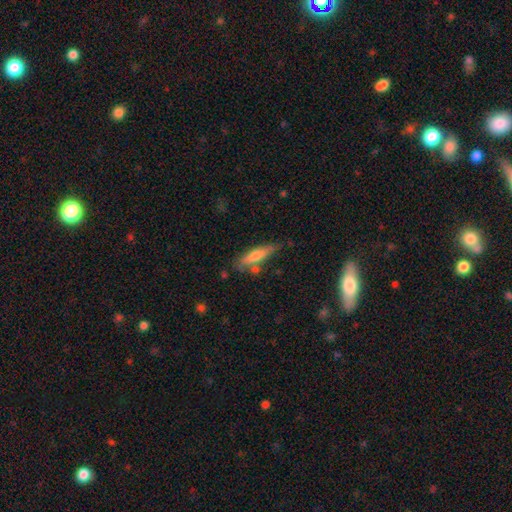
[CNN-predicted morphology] The model was most divided on "smooth or featured": smooth: 60%, featured or disk: 34%, star or artifact: 7%. More confident: how rounded — cigar-shaped (75%); merging — none (66%).